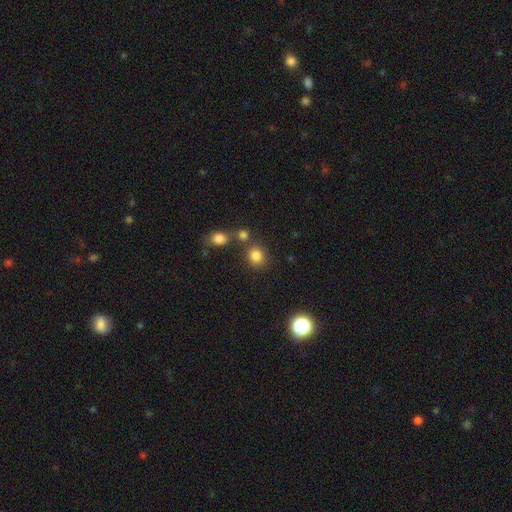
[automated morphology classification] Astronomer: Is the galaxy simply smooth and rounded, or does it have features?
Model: smooth — 81%.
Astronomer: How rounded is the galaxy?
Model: round — 79%.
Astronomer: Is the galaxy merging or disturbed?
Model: none — 69%.